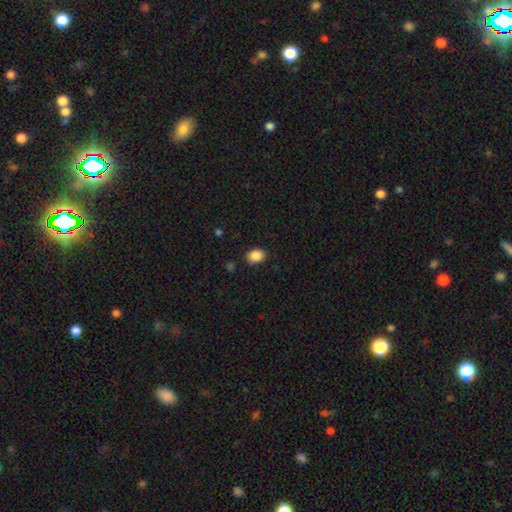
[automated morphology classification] smooth_or_featured: smooth (p=0.88) [alt: star or artifact p=0.09]
how_rounded: in between (p=0.61) [alt: round p=0.38]
merging: none (p=0.85) [alt: minor disturbance p=0.11]